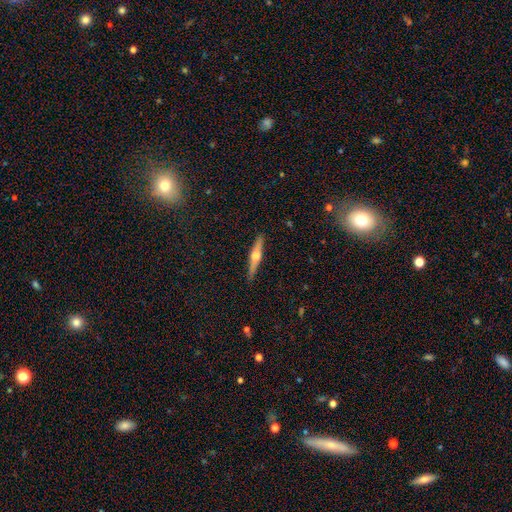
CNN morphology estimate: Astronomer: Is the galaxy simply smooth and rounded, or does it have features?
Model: featured or disk — 70%.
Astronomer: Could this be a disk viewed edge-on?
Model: yes — 98%.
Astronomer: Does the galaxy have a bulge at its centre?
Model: rounded — 93%.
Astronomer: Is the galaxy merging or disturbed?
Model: none — 90%.